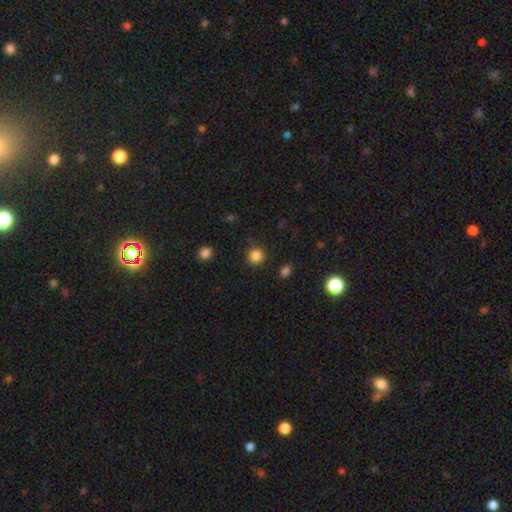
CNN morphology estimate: Smooth or featured?
  - smooth: 84% *
  - star or artifact: 12%
  - featured or disk: 3%
How rounded?
  - round: 93% *
  - in between: 6%
  - cigar-shaped: 1%
Merging?
  - none: 88% *
  - minor disturbance: 7%
  - major disturbance: 3%
  - merger: 2%